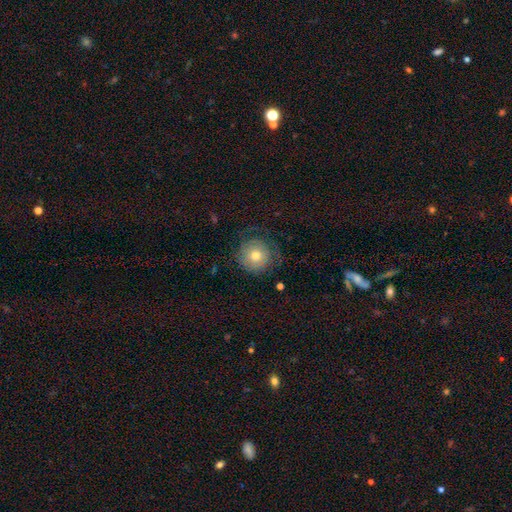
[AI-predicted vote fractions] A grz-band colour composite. It shows a smooth galaxy with no disk features (60%) that is round (92%). Merging: none (67%).